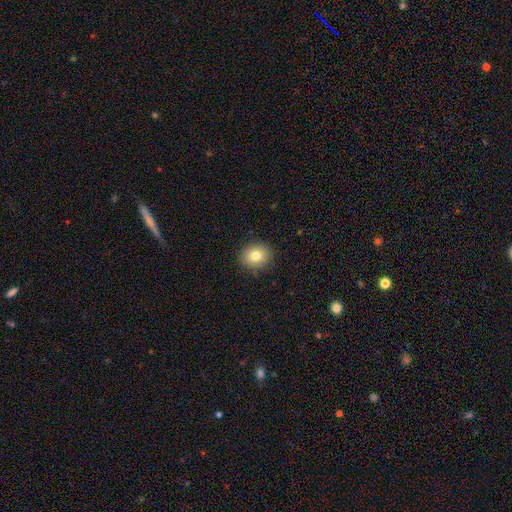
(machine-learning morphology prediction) smooth 79%, star or artifact 11%, featured or disk 10%. Down the decision tree: how rounded — round (74%); merging — none (89%).